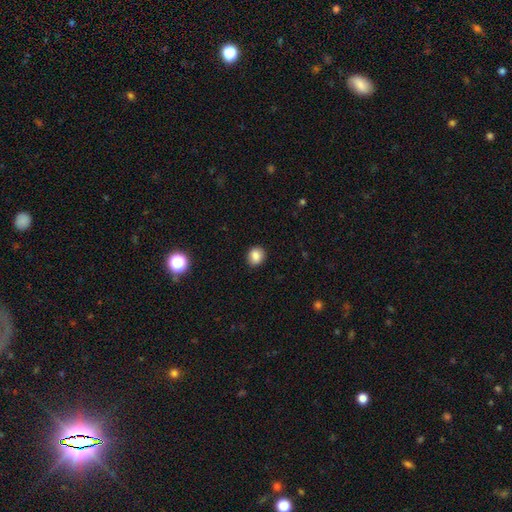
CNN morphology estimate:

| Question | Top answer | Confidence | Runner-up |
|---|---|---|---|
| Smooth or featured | smooth | 85% | star or artifact (11%) |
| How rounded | round | 77% | in between (22%) |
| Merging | none | 90% | minor disturbance (7%) |